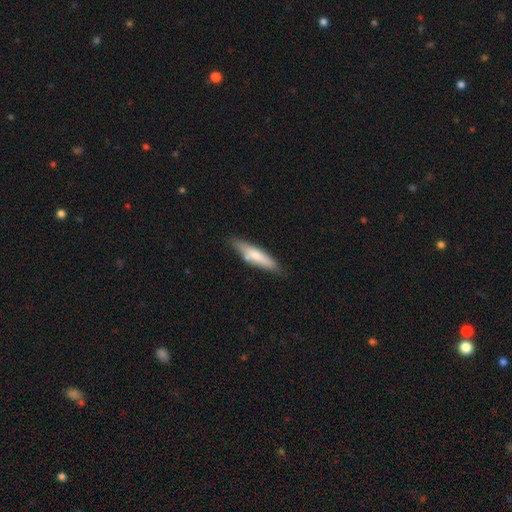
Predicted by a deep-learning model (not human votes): The model was most divided on "smooth or featured": smooth: 65%, featured or disk: 29%, star or artifact: 6%. More confident: how rounded — cigar-shaped (76%); merging — none (75%).